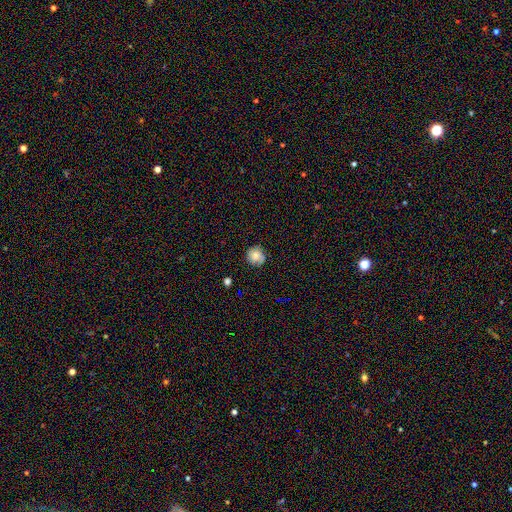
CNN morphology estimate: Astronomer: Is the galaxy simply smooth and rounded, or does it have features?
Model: smooth — 72%.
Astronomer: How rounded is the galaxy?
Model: round — 88%.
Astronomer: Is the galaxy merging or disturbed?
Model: none — 76%.